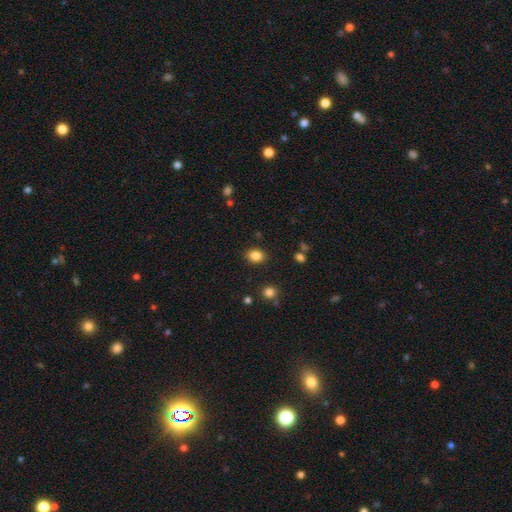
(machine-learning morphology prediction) Q: Smooth or featured?
A: smooth (85%); runner-up: star or artifact (10%)
Q: How rounded?
A: in between (62%); runner-up: round (37%)
Q: Merging?
A: none (87%); runner-up: minor disturbance (8%)